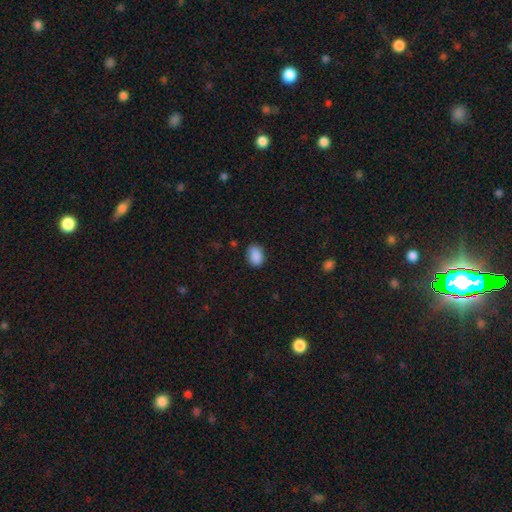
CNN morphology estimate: A smooth galaxy with no disk features (89%) that is in between round and cigar-shaped (80%).

Vote fractions:
- Smooth or featured? smooth: 89% / star or artifact: 8% / featured or disk: 3%
- How rounded? in between: 80% / round: 19% / cigar-shaped: 1%
- Merging? none: 84% / minor disturbance: 12% / major disturbance: 3% / merger: 1%